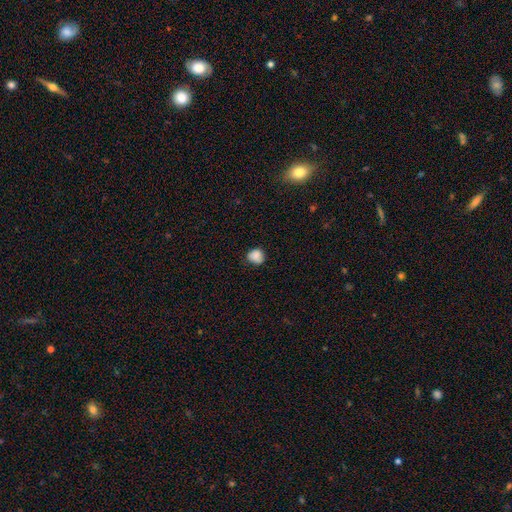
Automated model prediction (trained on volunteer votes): Smooth or featured?
  - smooth: 85% *
  - star or artifact: 10%
  - featured or disk: 6%
How rounded?
  - round: 71% *
  - in between: 28%
  - cigar-shaped: 1%
Merging?
  - none: 67% *
  - minor disturbance: 26%
  - major disturbance: 5%
  - merger: 2%